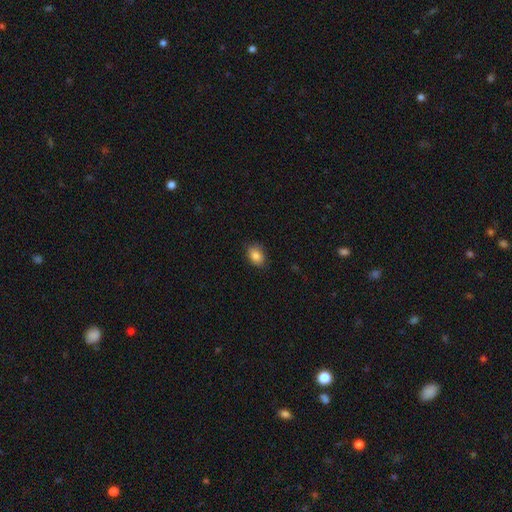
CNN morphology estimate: Smooth or featured?
  - smooth: 85% *
  - star or artifact: 9%
  - featured or disk: 6%
How rounded?
  - in between: 74% *
  - round: 25%
  - cigar-shaped: 1%
Merging?
  - none: 85% *
  - minor disturbance: 12%
  - major disturbance: 2%
  - merger: 1%